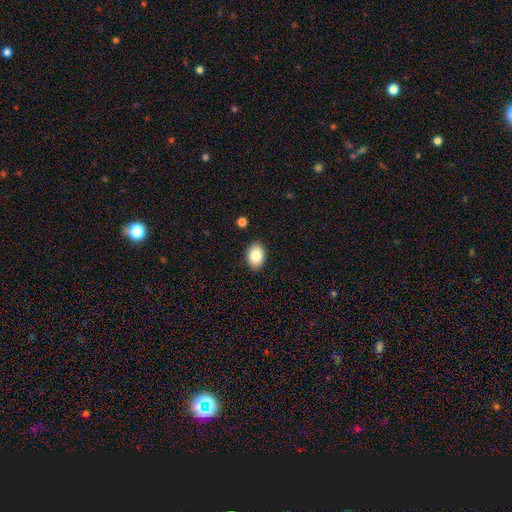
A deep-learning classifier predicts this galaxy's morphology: smooth_or_featured: smooth (p=0.84) [alt: featured or disk p=0.08]
how_rounded: in between (p=0.82) [alt: round p=0.17]
merging: none (p=0.89) [alt: minor disturbance p=0.08]